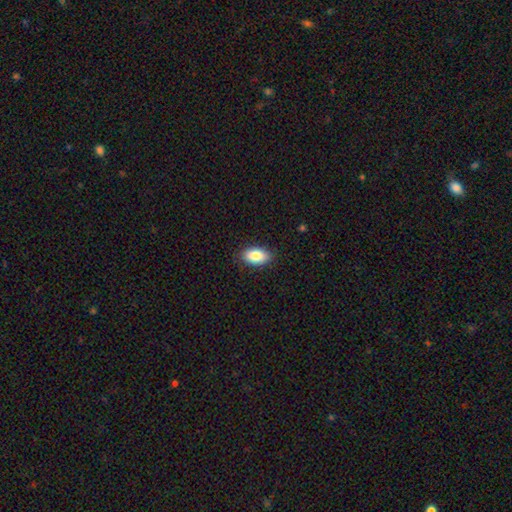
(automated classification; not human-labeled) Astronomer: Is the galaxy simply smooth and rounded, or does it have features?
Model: smooth — 86%.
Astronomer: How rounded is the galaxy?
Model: in between — 92%.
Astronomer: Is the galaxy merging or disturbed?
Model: none — 86%.